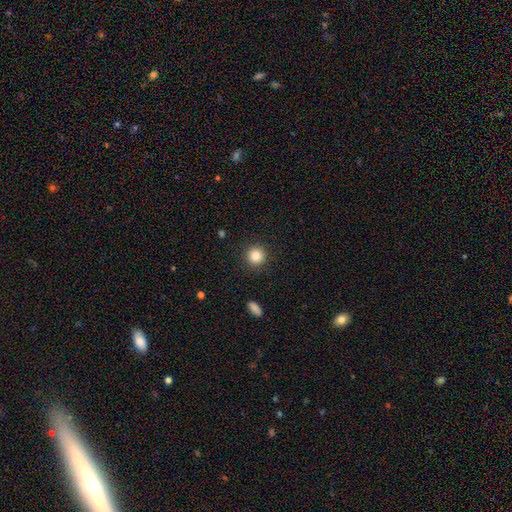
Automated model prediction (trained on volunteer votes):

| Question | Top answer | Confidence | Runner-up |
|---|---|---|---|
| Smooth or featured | smooth | 84% | star or artifact (10%) |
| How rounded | round | 93% | in between (6%) |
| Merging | none | 90% | minor disturbance (6%) |